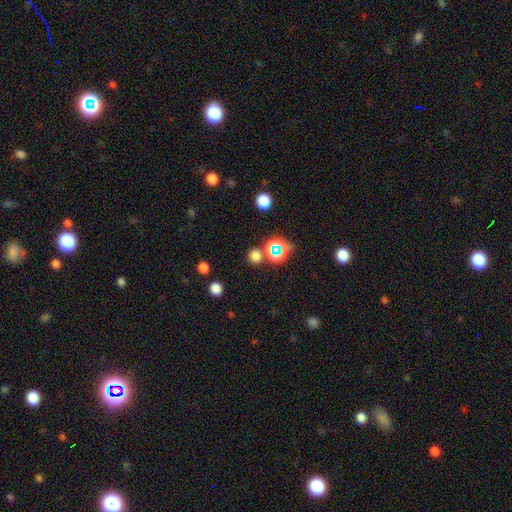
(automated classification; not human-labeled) Morphology: type=smooth (64%); roundness=round (89%); merging=none (80%).